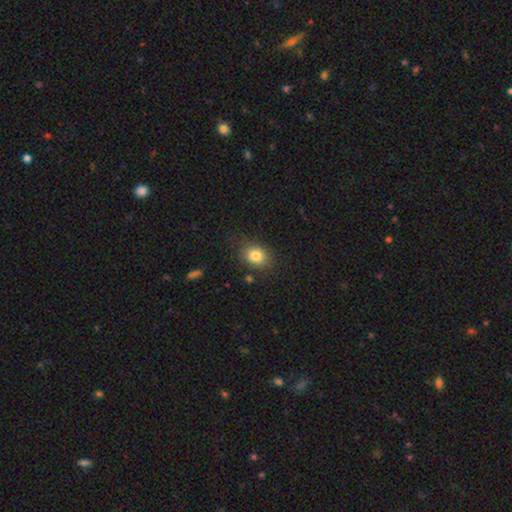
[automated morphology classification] Overall: smooth (81%). How rounded: round (50%; in between 49%). Merging: none (79%).